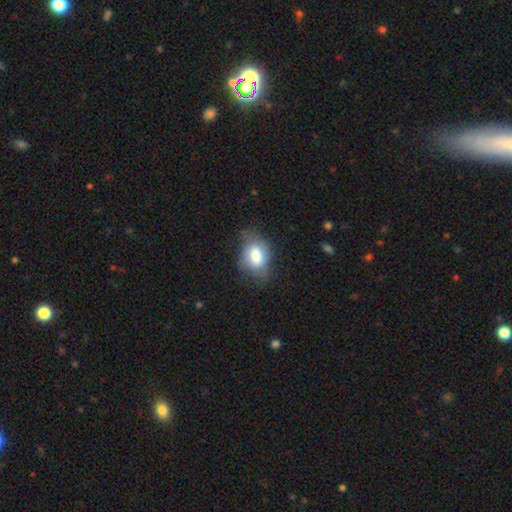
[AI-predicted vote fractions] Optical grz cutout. It shows a smooth galaxy with no disk features (77%) that is in between round and cigar-shaped (76%). Merging: none (51%).